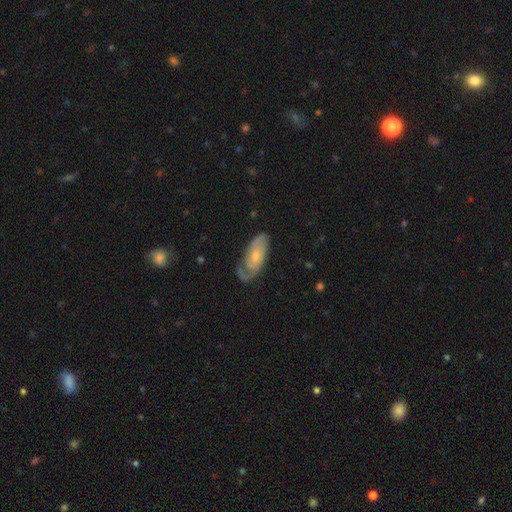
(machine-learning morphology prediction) Smooth or featured?
  - featured or disk: 67% *
  - smooth: 28%
  - star or artifact: 5%
Edge-on disk?
  - no: 91% *
  - yes: 9%
Bar?
  - no: 69% *
  - weak: 26%
  - strong: 5%
Spiral arms?
  - yes: 88% *
  - no: 12%
Spiral winding?
  - tight: 44% *
  - medium: 38%
  - loose: 18%
Spiral arm count?
  - 2: 49% *
  - 1: 26%
  - can't tell: 19%
  - 3: 3%
  - 4: 1%
  - more than 4: 1%
Bulge size?
  - small: 50% *
  - moderate: 42%
  - none: 4%
  - large: 3%
  - dominant: 1%
Merging?
  - none: 59% *
  - minor disturbance: 25%
  - major disturbance: 14%
  - merger: 2%